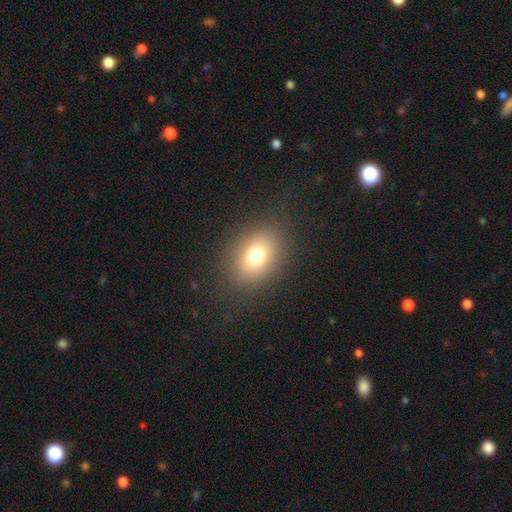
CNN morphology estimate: This appears to be a smooth galaxy with no disk features (73%) that is in between round and cigar-shaped (59%). Merging: none (85%).